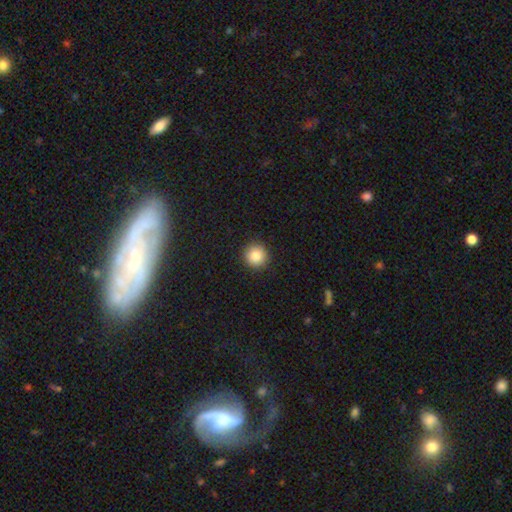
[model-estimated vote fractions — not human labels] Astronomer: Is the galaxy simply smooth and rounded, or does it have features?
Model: smooth — 86%.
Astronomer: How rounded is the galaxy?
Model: round — 95%.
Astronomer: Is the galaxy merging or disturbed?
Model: none — 92%.